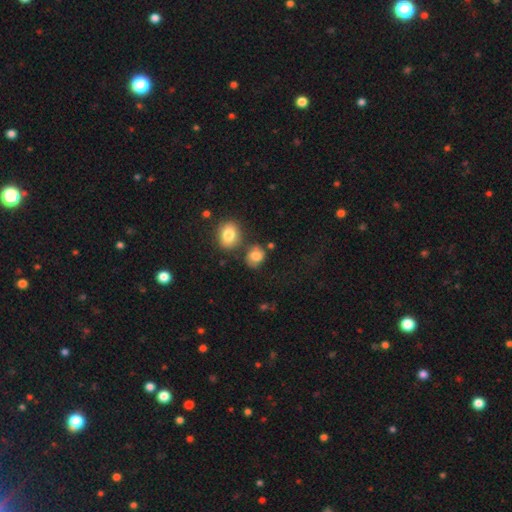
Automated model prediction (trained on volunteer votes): Morphology: type=smooth (71%); roundness=round (51%); merging=none (59%).